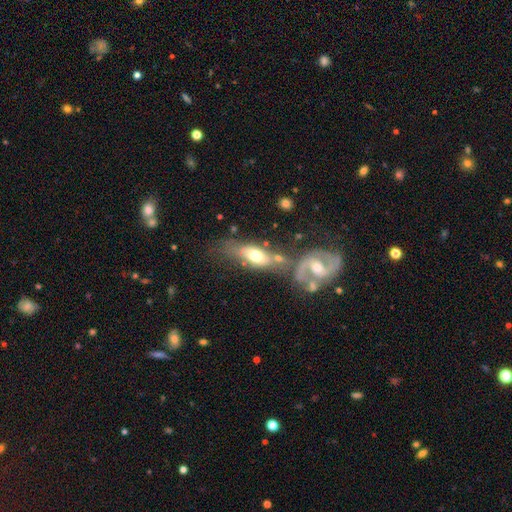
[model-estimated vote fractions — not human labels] Overall: featured or disk (48%; smooth 45%). Merging: merger (38%; none 33%).